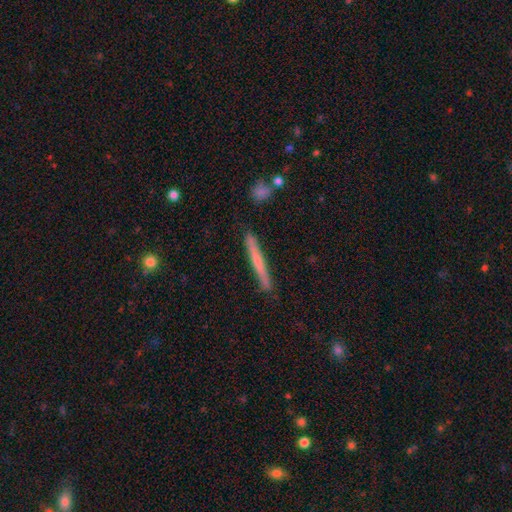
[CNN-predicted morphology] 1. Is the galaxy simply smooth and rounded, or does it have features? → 55% smooth, 39% featured or disk, 6% star or artifact.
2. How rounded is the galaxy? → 97% cigar-shaped, 2% in between, 1% round.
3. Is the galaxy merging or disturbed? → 89% none, 8% minor disturbance, 2% merger, 1% major disturbance.